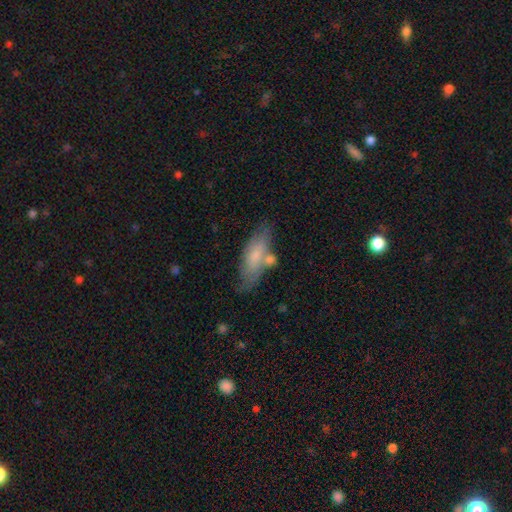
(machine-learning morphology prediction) Overall: smooth (68%). How rounded: in between (60%; cigar-shaped 37%). Merging: none (60%; minor disturbance 20%).